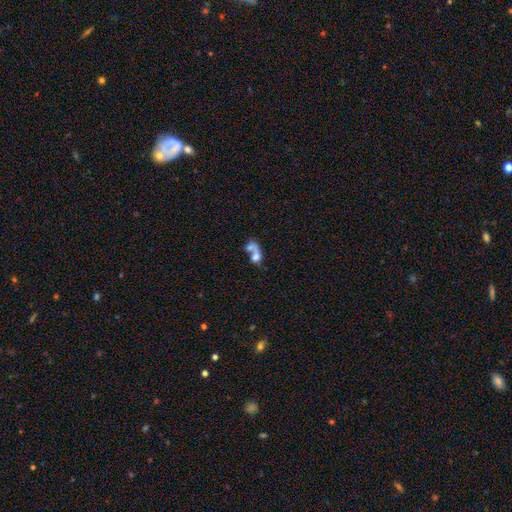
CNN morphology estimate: smooth-or-featured: smooth: 63% | featured or disk: 26% | star or artifact: 11%
  how-rounded: in between: 59% | round: 37% | cigar-shaped: 4%
  merging: merger: 71% | none: 13% | major disturbance: 10% | minor disturbance: 6%